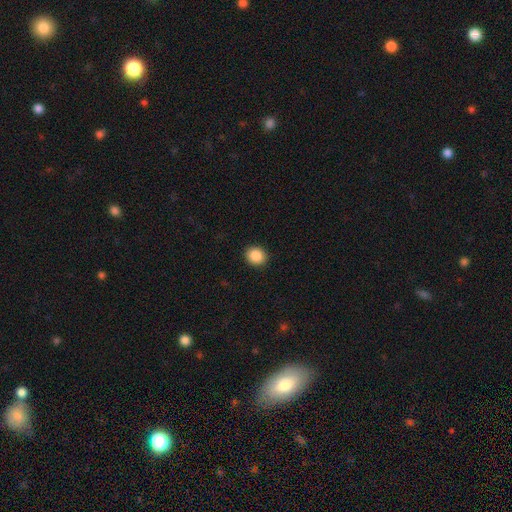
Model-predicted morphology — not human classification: Smooth or featured?
  - smooth: 89% *
  - star or artifact: 8%
  - featured or disk: 3%
How rounded?
  - round: 74% *
  - in between: 25%
  - cigar-shaped: 1%
Merging?
  - none: 91% *
  - minor disturbance: 6%
  - major disturbance: 2%
  - merger: 1%